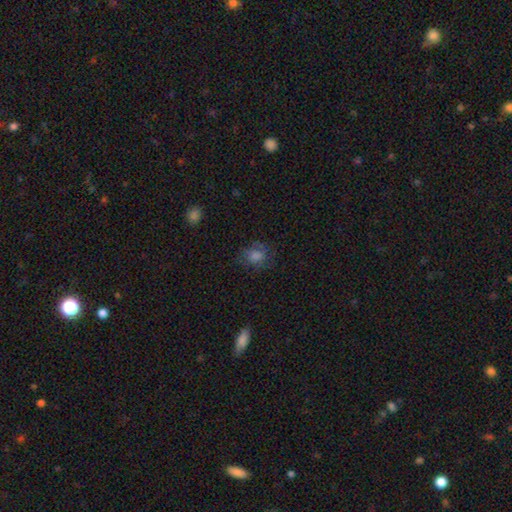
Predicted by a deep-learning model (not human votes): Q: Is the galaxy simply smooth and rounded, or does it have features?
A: smooth — 54%.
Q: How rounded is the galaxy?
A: round — 57%.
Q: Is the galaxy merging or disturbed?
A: none — 67%.